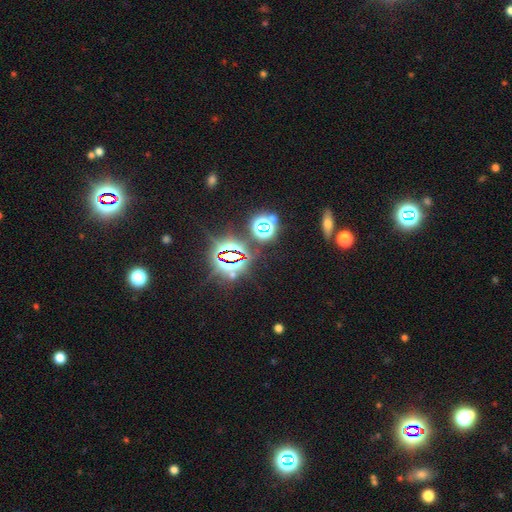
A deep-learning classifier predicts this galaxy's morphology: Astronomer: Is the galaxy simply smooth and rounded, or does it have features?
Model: star or artifact — 79%.